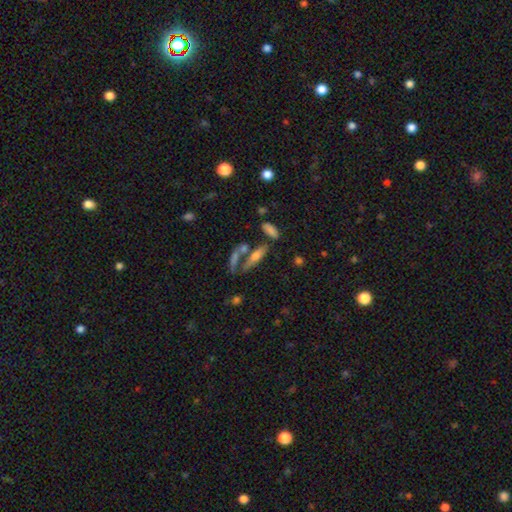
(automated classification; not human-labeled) Q: Smooth or featured?
A: smooth (54%); runner-up: featured or disk (35%)
Q: How rounded?
A: cigar-shaped (58%); runner-up: in between (37%)
Q: Merging?
A: none (50%); runner-up: merger (28%)